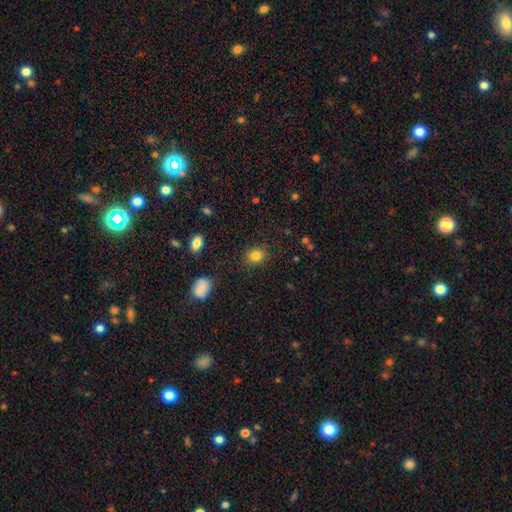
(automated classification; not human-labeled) Smooth or featured? Predicted: smooth (p=0.83). How rounded? Predicted: round (p=0.63). Merging? Predicted: none (p=0.86).